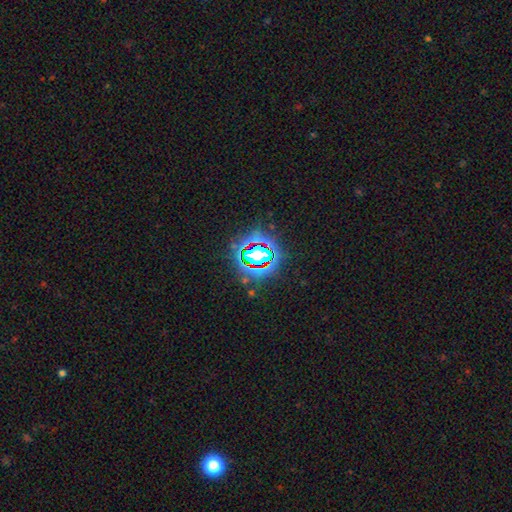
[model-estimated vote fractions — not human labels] smooth_or_featured: star or artifact (p=0.75) [alt: smooth p=0.16]